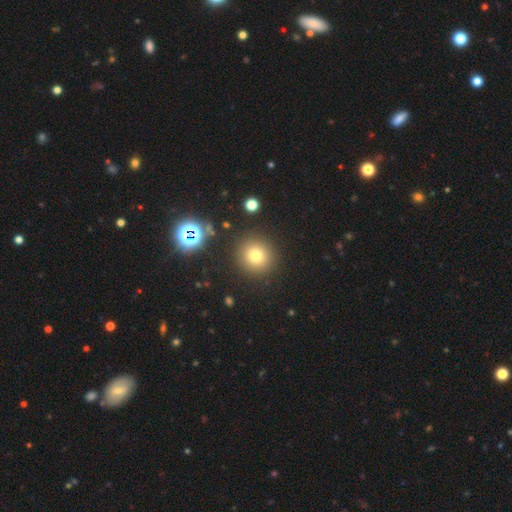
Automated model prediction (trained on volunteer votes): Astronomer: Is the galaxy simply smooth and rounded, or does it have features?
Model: smooth — 75%.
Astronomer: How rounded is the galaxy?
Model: round — 93%.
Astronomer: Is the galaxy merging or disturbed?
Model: none — 89%.